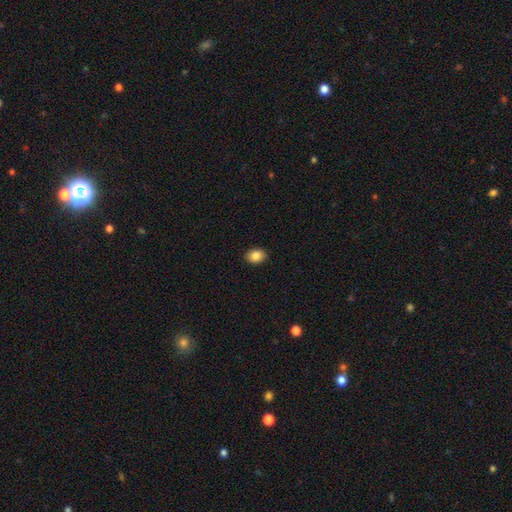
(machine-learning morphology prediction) smooth 87%, star or artifact 8%, featured or disk 5%. Down the decision tree: how rounded — in between (68%); merging — none (90%).